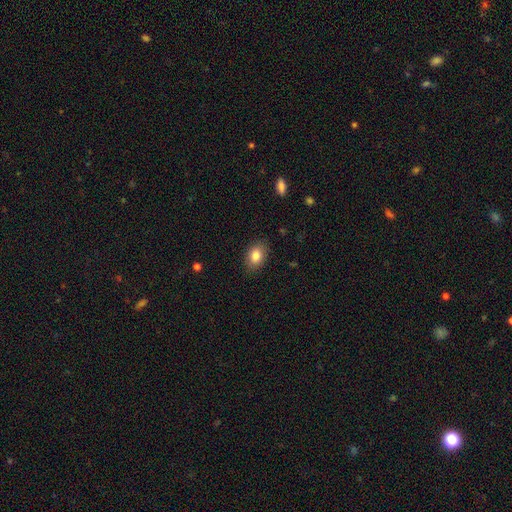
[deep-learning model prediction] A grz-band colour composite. It shows a smooth galaxy with no disk features (84%) that is in between round and cigar-shaped (85%). Merging: none (86%).